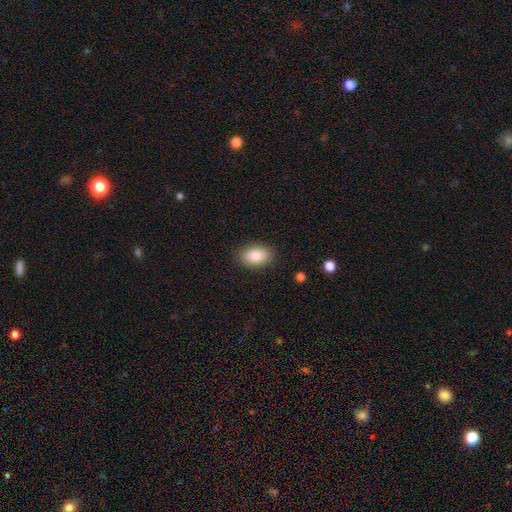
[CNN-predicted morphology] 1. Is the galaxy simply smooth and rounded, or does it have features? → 83% smooth, 9% featured or disk, 7% star or artifact.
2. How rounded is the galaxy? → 88% in between, 10% round, 1% cigar-shaped.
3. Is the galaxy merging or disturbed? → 87% none, 10% minor disturbance, 2% major disturbance, 1% merger.